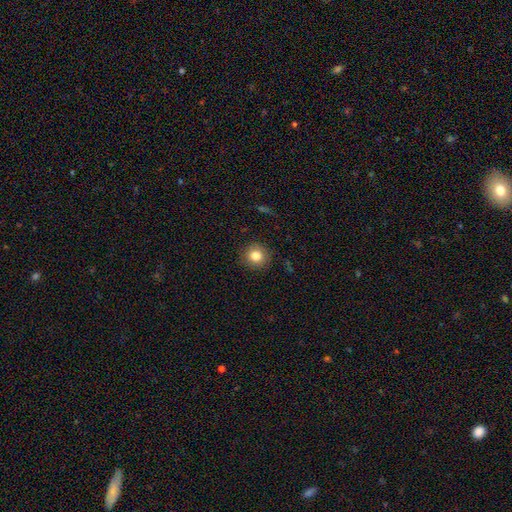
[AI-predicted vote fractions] This is clearly a smooth galaxy (82%). How rounded: clearly round (92%). Merging: clearly none (90%).